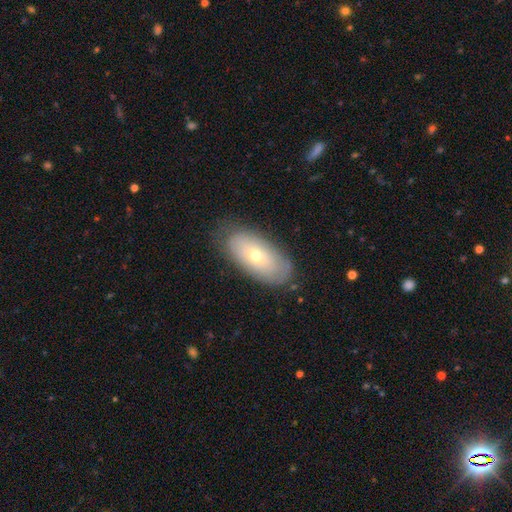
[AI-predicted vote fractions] The model was most divided on "smooth or featured": smooth: 56%, featured or disk: 36%, star or artifact: 8%. More confident: how rounded — in between (91%); merging — none (79%).